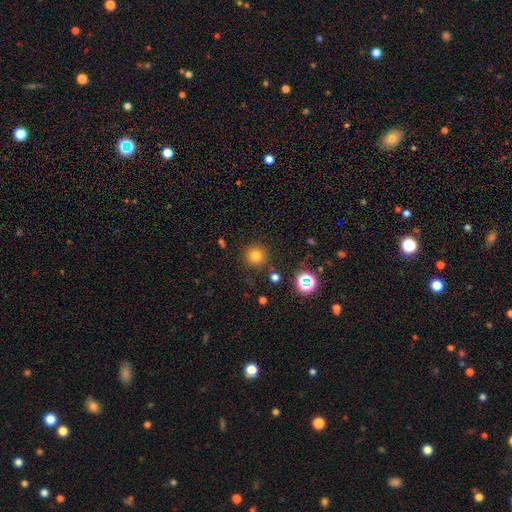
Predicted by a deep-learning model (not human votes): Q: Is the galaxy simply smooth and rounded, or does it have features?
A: smooth — 77%.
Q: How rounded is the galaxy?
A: round — 95%.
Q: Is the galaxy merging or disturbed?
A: none — 87%.